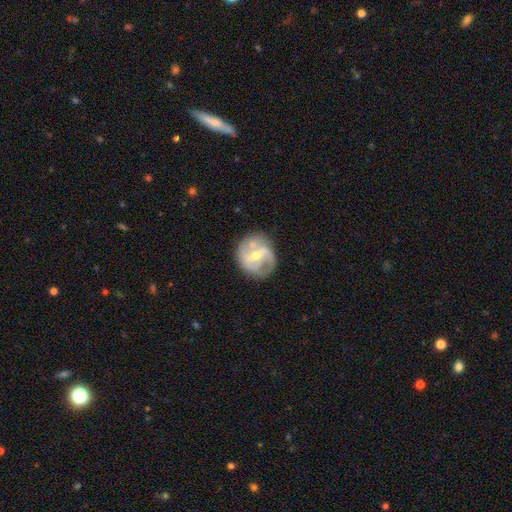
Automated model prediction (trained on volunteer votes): Smooth or featured? Predicted: featured or disk (p=0.74). Edge-on disk? Predicted: no (p=0.96). Bar? Predicted: strong (p=0.45). Spiral arms? Predicted: yes (p=0.72). Spiral winding? Predicted: medium (p=0.42). Spiral arm count? Predicted: 2 (p=0.71). Bulge size? Predicted: moderate (p=0.49). Merging? Predicted: none (p=0.62).